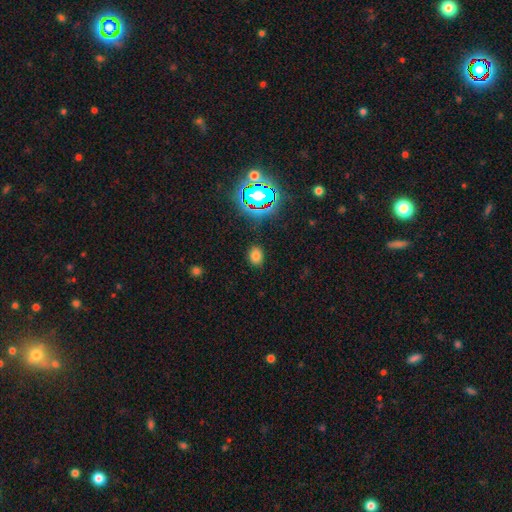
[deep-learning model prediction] This is likely a smooth galaxy (72%). How rounded: likely in between (62%). Merging: clearly none (85%).